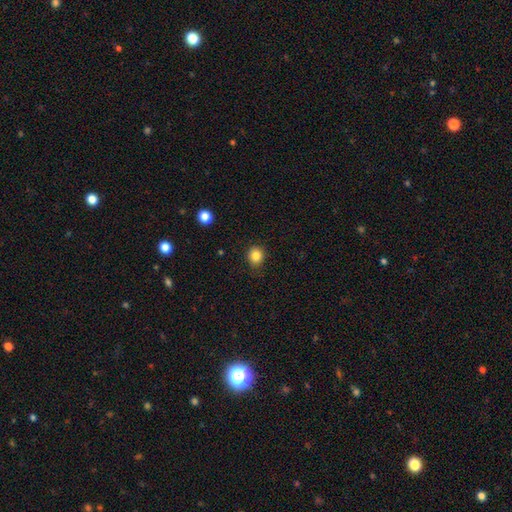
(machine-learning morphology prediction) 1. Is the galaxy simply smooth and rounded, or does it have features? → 84% smooth, 11% star or artifact, 5% featured or disk.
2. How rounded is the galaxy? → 78% round, 21% in between, 1% cigar-shaped.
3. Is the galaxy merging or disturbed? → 84% none, 12% minor disturbance, 2% major disturbance, 1% merger.